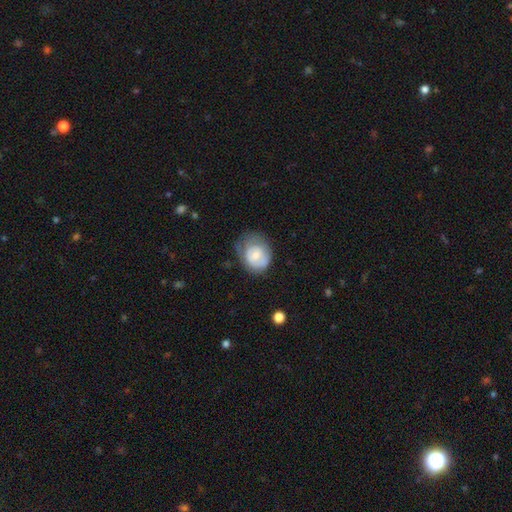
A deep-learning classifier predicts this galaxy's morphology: Smooth or featured? Predicted: smooth (p=0.57). How rounded? Predicted: round (p=0.60). Merging? Predicted: none (p=0.42).